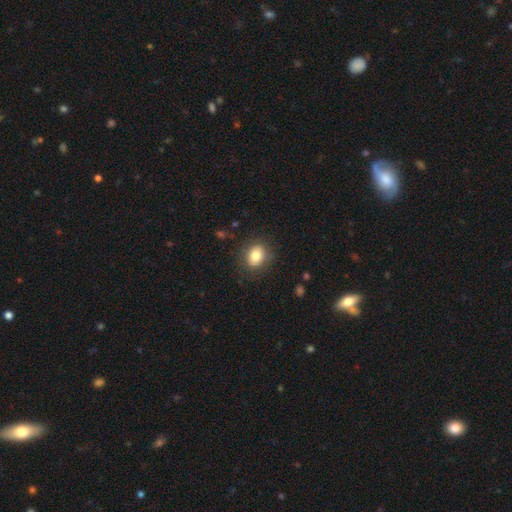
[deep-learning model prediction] This appears to be a smooth galaxy with no disk features (80%) that is round (56%). Merging: none (84%).